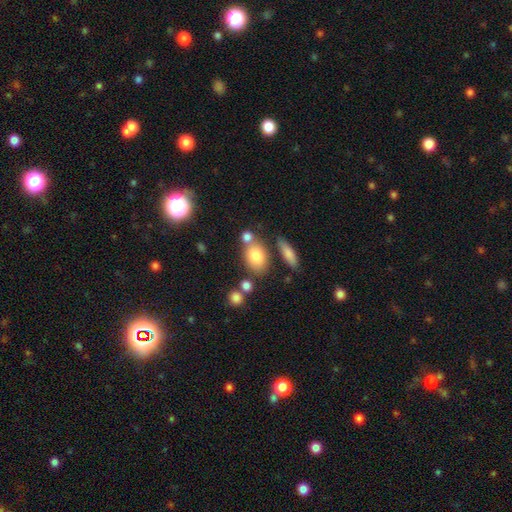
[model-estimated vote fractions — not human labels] smooth-or-featured: smooth: 78% | featured or disk: 12% | star or artifact: 9%
  how-rounded: in between: 73% | round: 24% | cigar-shaped: 3%
  merging: none: 59% | merger: 22% | minor disturbance: 14% | major disturbance: 5%